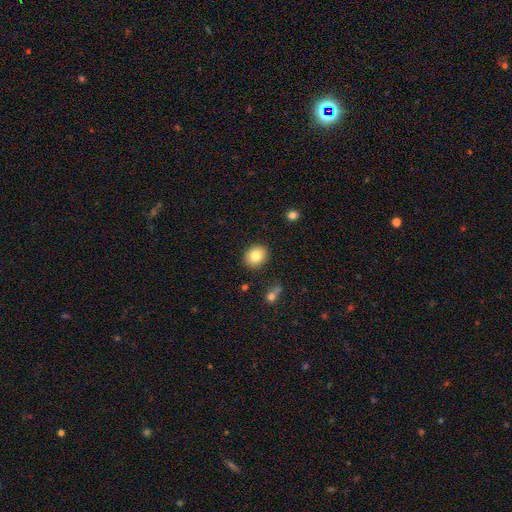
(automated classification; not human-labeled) The model was most divided on "how rounded": round: 60%, in between: 39%, cigar-shaped: 1%. More confident: merging — none (89%); smooth or featured — smooth (82%).